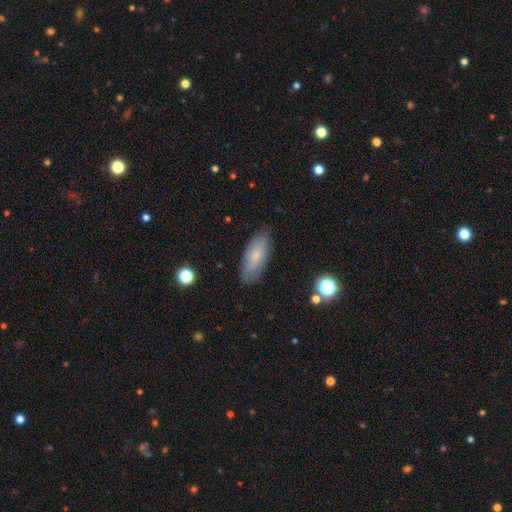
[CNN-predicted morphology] Smooth or featured? Predicted: smooth (p=0.69). How rounded? Predicted: in between (p=0.76). Merging? Predicted: none (p=0.83).